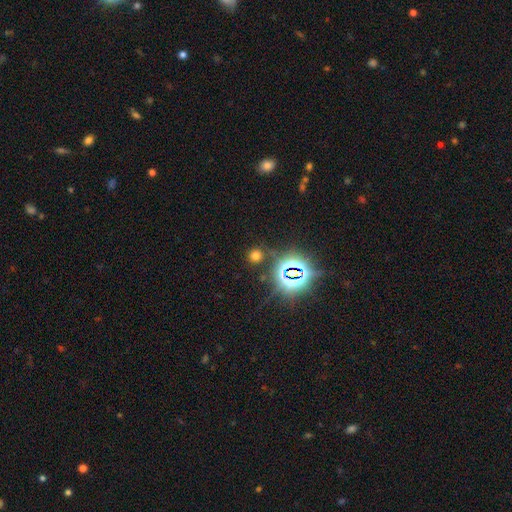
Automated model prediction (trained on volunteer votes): Overall: smooth (57%; star or artifact 37%). How rounded: round (87%). Merging: none (84%).